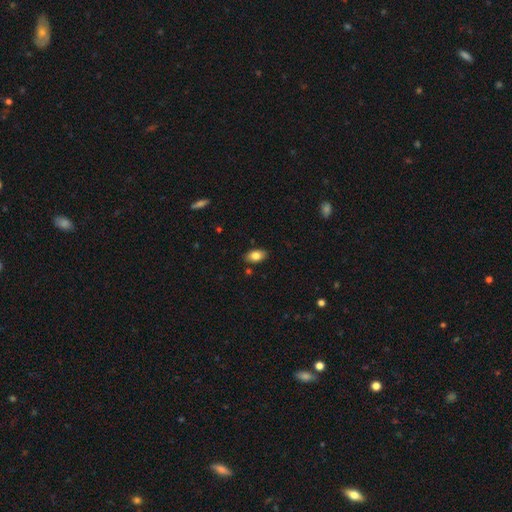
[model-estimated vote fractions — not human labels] smooth 82%, featured or disk 10%, star or artifact 8%. Down the decision tree: how rounded — in between (91%); merging — none (85%).